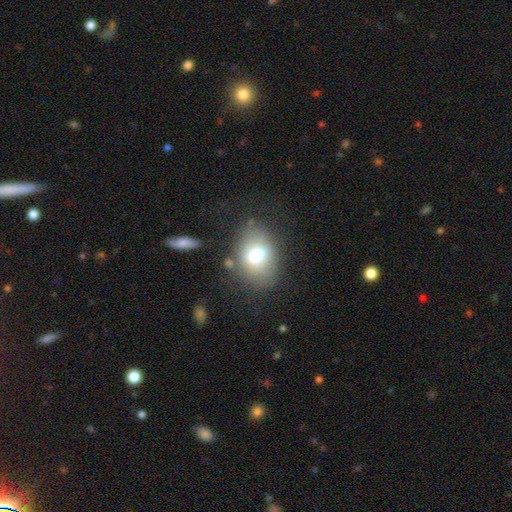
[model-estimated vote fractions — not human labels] smooth_or_featured: smooth (p=0.67) [alt: featured or disk p=0.22]
how_rounded: in between (p=0.69) [alt: round p=0.30]
merging: none (p=0.68) [alt: minor disturbance p=0.18]